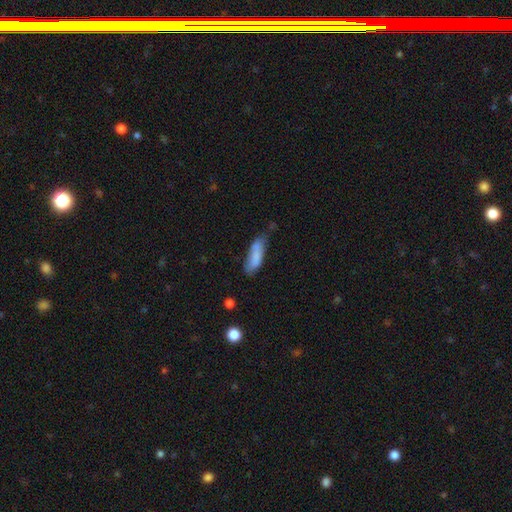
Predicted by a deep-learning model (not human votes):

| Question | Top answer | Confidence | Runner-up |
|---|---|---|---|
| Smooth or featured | smooth | 79% | featured or disk (15%) |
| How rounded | cigar-shaped | 49% | tied: in between (49%) |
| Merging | none | 56% | minor disturbance (30%) |